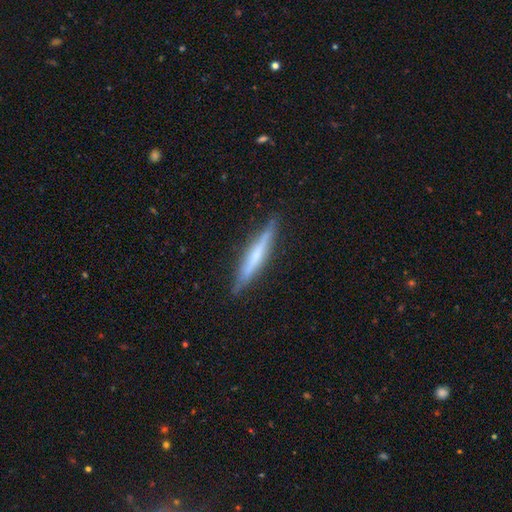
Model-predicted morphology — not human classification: smooth-or-featured: featured or disk: 56% | smooth: 38% | star or artifact: 6%
  disk-edge-on: yes: 95% | no: 5%
    edge-on-bulge: none: 49% | rounded: 39% | boxy: 12%
  merging: none: 87% | minor disturbance: 10% | major disturbance: 2% | merger: 1%